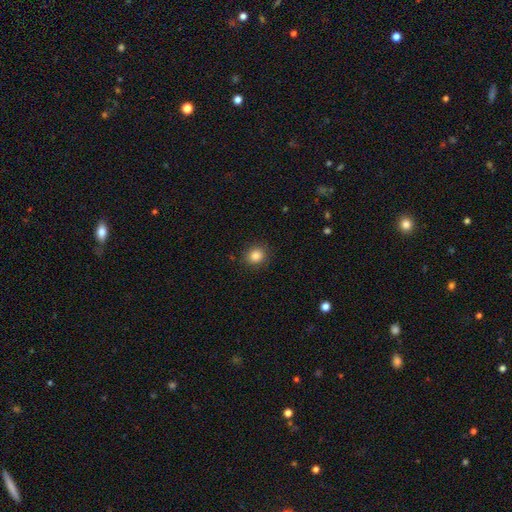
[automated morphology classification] This appears to be a smooth galaxy with no disk features (84%) that is round (81%). Merging: none (89%).